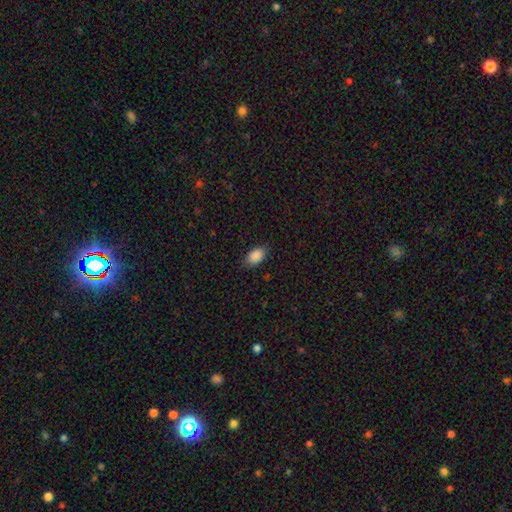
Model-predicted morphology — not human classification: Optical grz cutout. It shows a smooth galaxy with no disk features (89%) that is in between round and cigar-shaped (89%). Merging: none (83%).